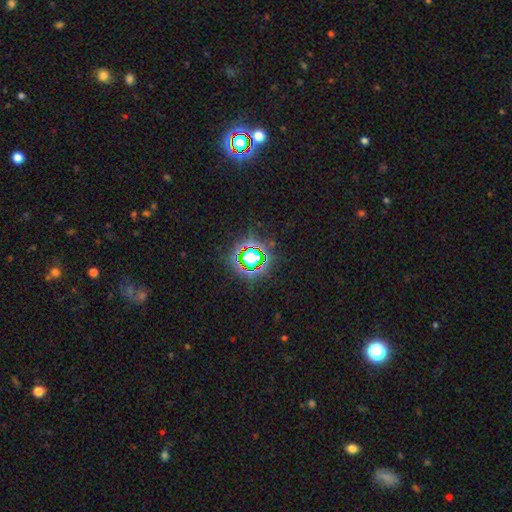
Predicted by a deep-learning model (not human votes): smooth_or_featured: star or artifact (p=0.77) [alt: smooth p=0.15]